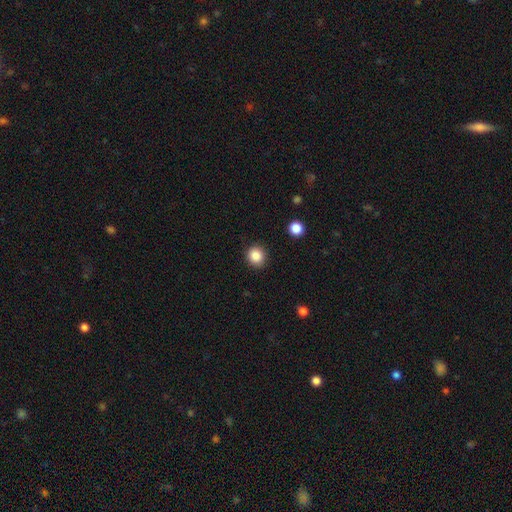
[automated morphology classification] This appears to be a smooth galaxy with no disk features (87%) that is round (85%). Merging: none (90%).